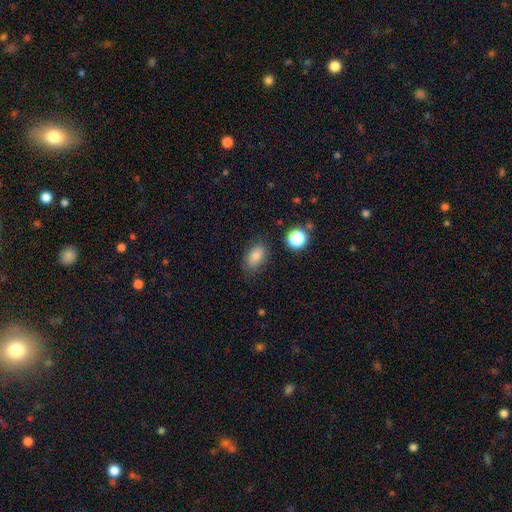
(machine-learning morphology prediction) Smooth or featured: smooth — 80% (star or artifact — 11%)
How rounded: in between — 88% (round — 10%)
Merging: none — 79% (minor disturbance — 15%)